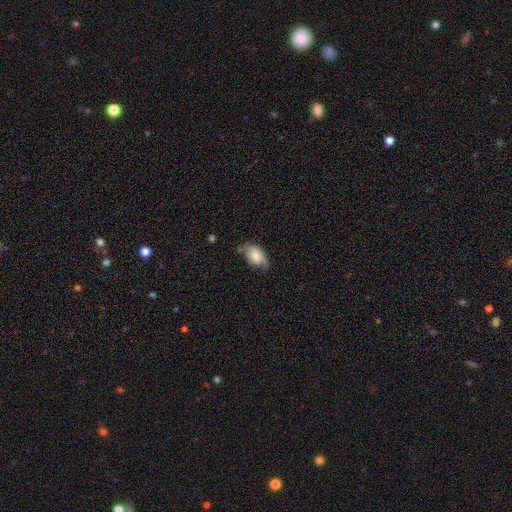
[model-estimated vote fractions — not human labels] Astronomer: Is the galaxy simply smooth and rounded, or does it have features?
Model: smooth — 69%.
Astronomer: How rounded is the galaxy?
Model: in between — 89%.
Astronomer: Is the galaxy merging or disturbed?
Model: none — 41% (runner-up: minor disturbance, 40%).